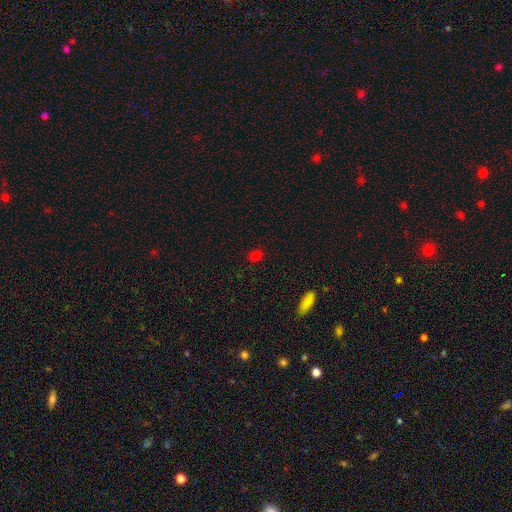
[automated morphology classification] A smooth galaxy with no disk features (76%) that is round (69%). Merging: none (87%).